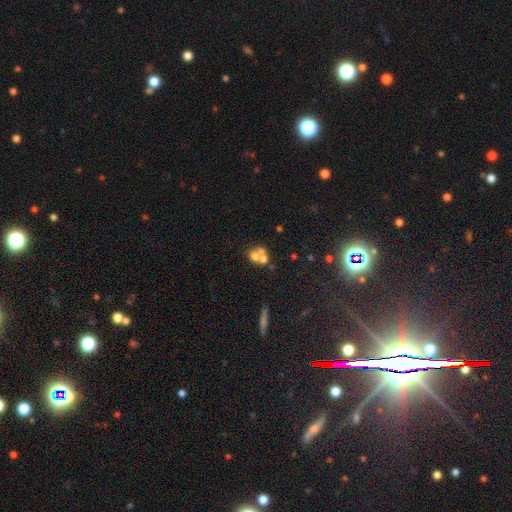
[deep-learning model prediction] Smooth or featured? Predicted: smooth (p=0.54). How rounded? Predicted: round (p=0.71). Merging? Predicted: merger (p=0.59).